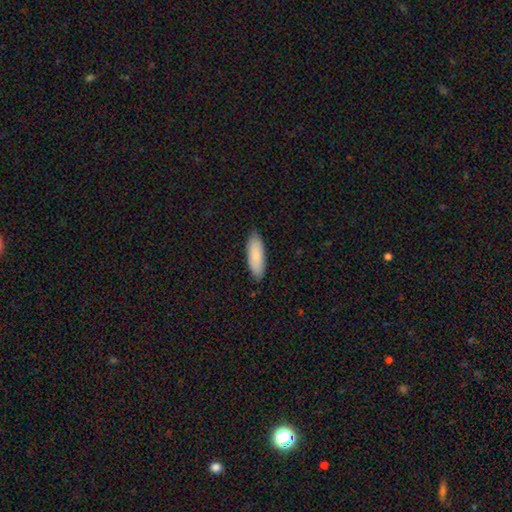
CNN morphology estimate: Smooth or featured: smooth — 87% (featured or disk — 8%)
How rounded: in between — 60% (cigar-shaped — 38%)
Merging: none — 87% (minor disturbance — 10%)